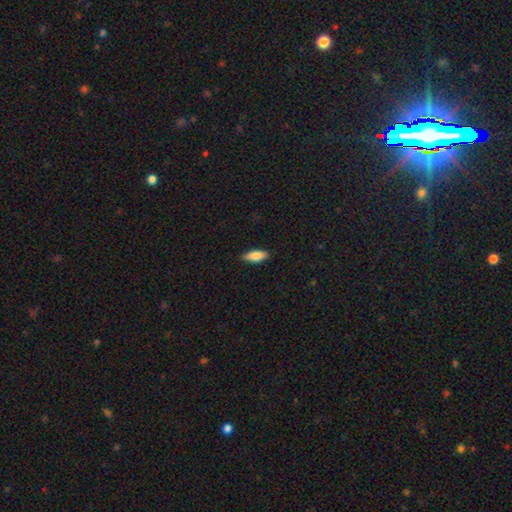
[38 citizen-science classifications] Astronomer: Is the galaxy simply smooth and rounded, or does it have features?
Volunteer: smooth — 74%.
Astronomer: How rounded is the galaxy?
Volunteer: in between — 79%.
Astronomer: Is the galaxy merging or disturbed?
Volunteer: none — 81%.